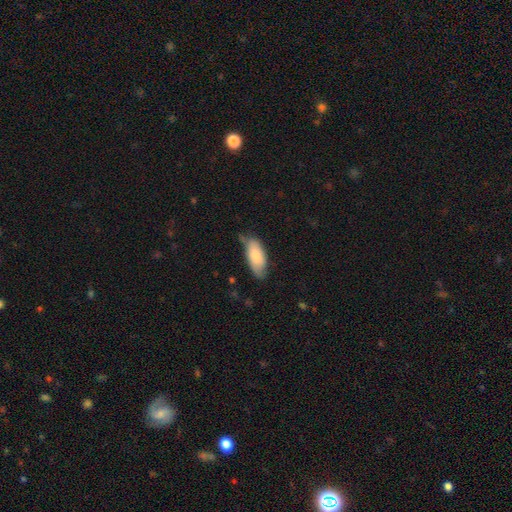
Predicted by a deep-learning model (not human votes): Q: Smooth or featured?
A: smooth (80%); runner-up: featured or disk (14%)
Q: How rounded?
A: in between (85%); runner-up: cigar-shaped (13%)
Q: Merging?
A: none (56%); runner-up: minor disturbance (35%)